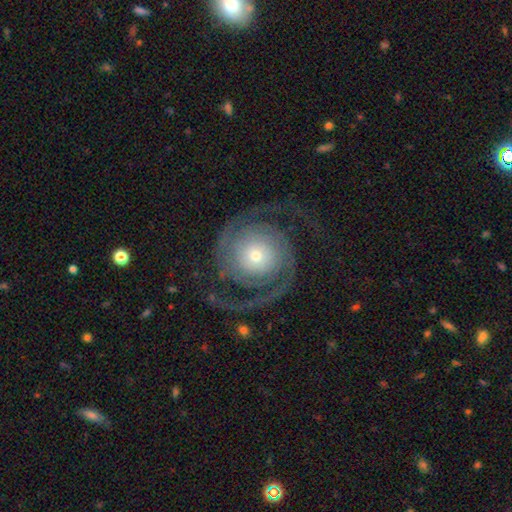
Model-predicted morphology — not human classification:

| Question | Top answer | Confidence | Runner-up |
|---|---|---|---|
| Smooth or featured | featured or disk | 90% | smooth (5%) |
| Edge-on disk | no | 98% | yes (2%) |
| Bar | no | 79% | weak (14%) |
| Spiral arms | yes | 98% | no (2%) |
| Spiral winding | tight | 51% | medium (36%) |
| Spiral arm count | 2 | 92% | can't tell (2%) |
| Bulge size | small | 52% | moderate (39%) |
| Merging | none | 78% | minor disturbance (10%) |